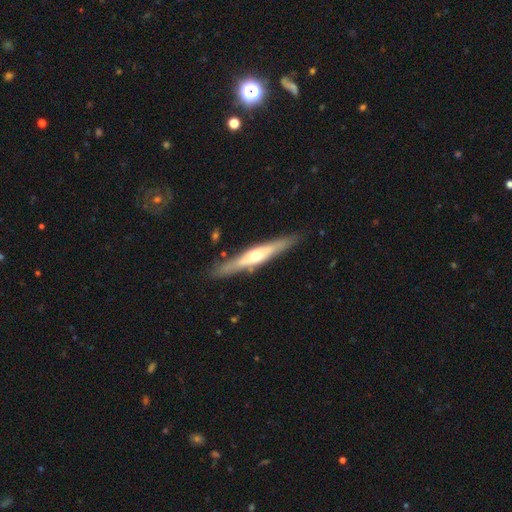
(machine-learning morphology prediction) A featured or disk galaxy (67%) viewed edge-on (91%) with a rounded central bulge (87%). Merging: none (86%).